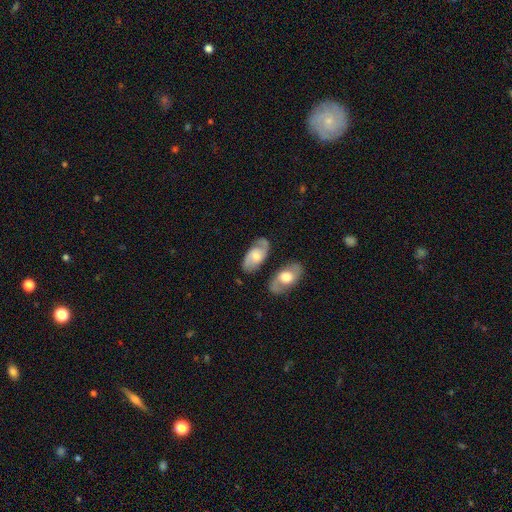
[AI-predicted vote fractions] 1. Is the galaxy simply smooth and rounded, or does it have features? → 69% featured or disk, 25% smooth, 6% star or artifact.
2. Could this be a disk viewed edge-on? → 93% no, 7% yes.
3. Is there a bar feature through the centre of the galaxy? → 61% no, 33% weak, 6% strong.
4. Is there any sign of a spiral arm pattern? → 88% yes, 12% no.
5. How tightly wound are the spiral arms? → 51% medium, 27% tight, 21% loose.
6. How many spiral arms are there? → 86% 2, 8% can't tell, 3% 1, 2% 3, 1% 4, 1% more than 4.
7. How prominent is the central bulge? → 59% moderate, 27% small, 10% large, 3% none, 2% dominant.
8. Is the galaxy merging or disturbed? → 70% none, 16% minor disturbance, 8% merger, 5% major disturbance.